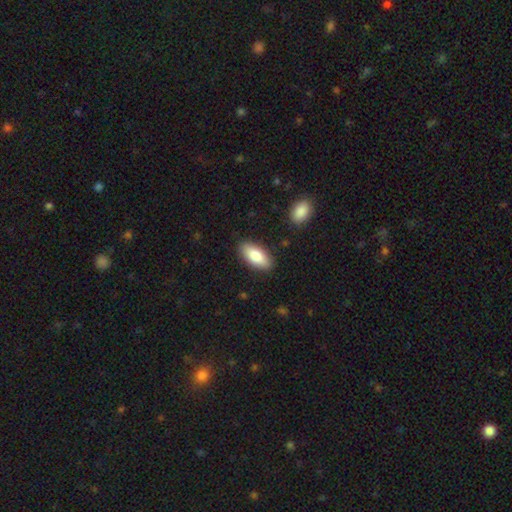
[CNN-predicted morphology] smooth_or_featured: smooth (p=0.83) [alt: featured or disk p=0.11]
how_rounded: in between (p=0.86) [alt: cigar-shaped p=0.12]
merging: none (p=0.87) [alt: minor disturbance p=0.09]